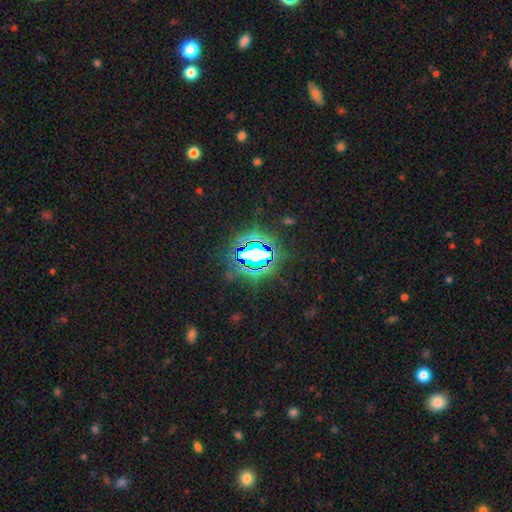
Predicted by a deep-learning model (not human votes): This is likely a star or artifact rather than a galaxy (78%).